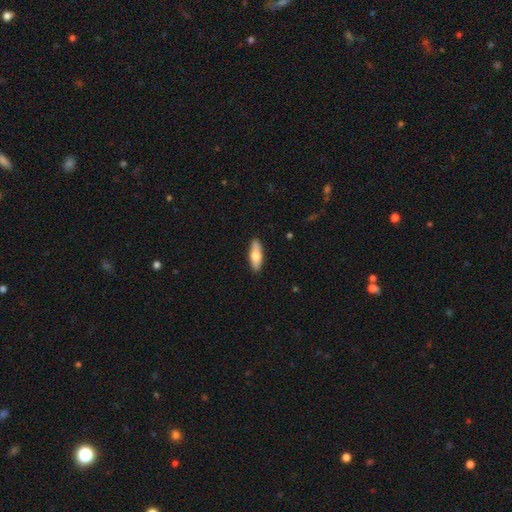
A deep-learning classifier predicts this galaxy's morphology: Smooth or featured?
  - smooth: 66% *
  - featured or disk: 29%
  - star or artifact: 5%
How rounded?
  - in between: 57% *
  - cigar-shaped: 41%
  - round: 2%
Merging?
  - none: 89% *
  - minor disturbance: 8%
  - major disturbance: 2%
  - merger: 1%